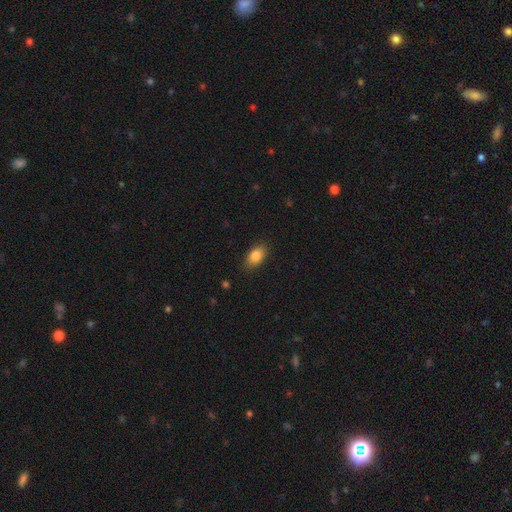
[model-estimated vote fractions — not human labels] smooth-or-featured: smooth: 85% | star or artifact: 8% | featured or disk: 7%
  how-rounded: in between: 90% | round: 8% | cigar-shaped: 3%
  merging: none: 85% | minor disturbance: 12% | major disturbance: 3% | merger: 1%